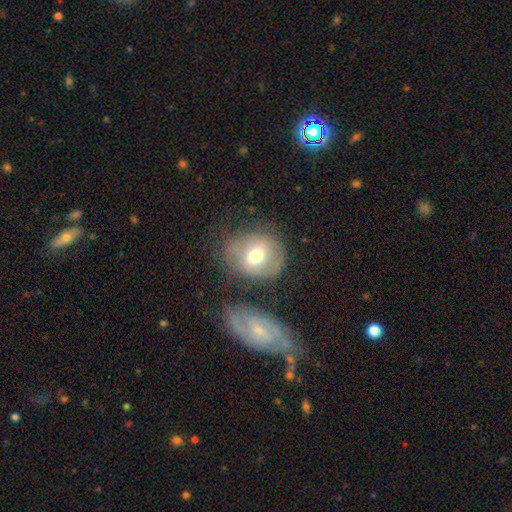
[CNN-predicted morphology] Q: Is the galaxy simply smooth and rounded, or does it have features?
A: smooth — 58%.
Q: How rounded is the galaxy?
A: round — 66%.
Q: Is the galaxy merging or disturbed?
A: none — 60%.